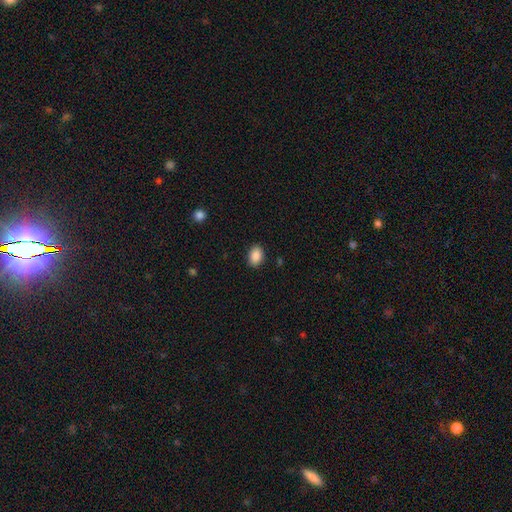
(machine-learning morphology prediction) smooth_or_featured: smooth (p=0.89) [alt: star or artifact p=0.08]
how_rounded: in between (p=0.80) [alt: round p=0.19]
merging: none (p=0.88) [alt: minor disturbance p=0.08]